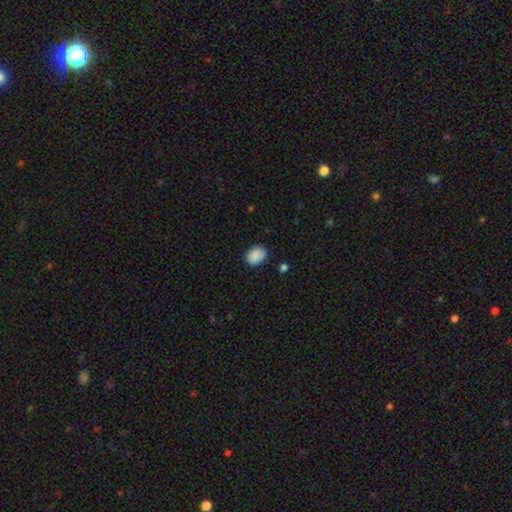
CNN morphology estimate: smooth-or-featured: smooth: 88% | star or artifact: 7% | featured or disk: 5%
  how-rounded: in between: 67% | round: 32% | cigar-shaped: 1%
  merging: none: 79% | minor disturbance: 16% | major disturbance: 3% | merger: 2%